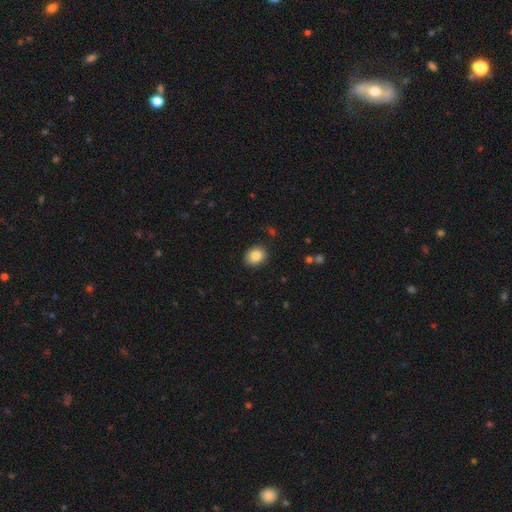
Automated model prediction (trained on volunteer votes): The model was most divided on "how rounded": in between: 50%, round: 49%, cigar-shaped: 1%. More confident: merging — none (89%); smooth or featured — smooth (85%).